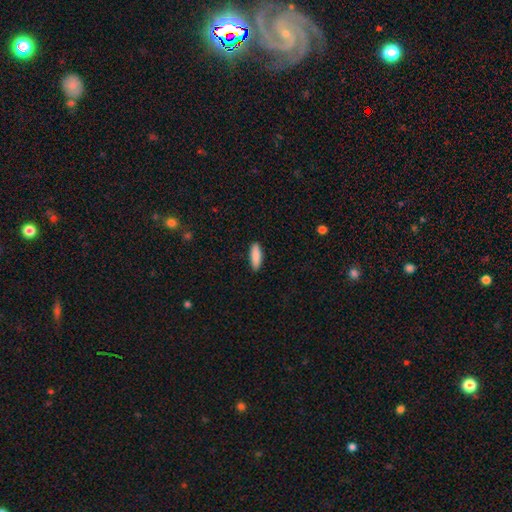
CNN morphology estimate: A smooth galaxy with no disk features (88%) that is in between round and cigar-shaped (54%). Merging: none (88%).